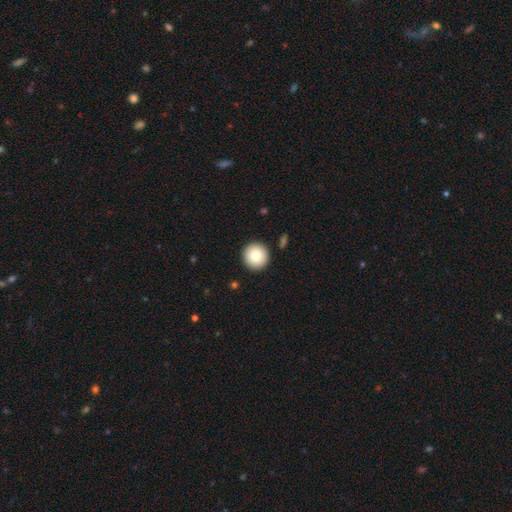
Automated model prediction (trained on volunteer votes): This is clearly a smooth galaxy (83%). How rounded: clearly round (96%). Merging: clearly none (92%).